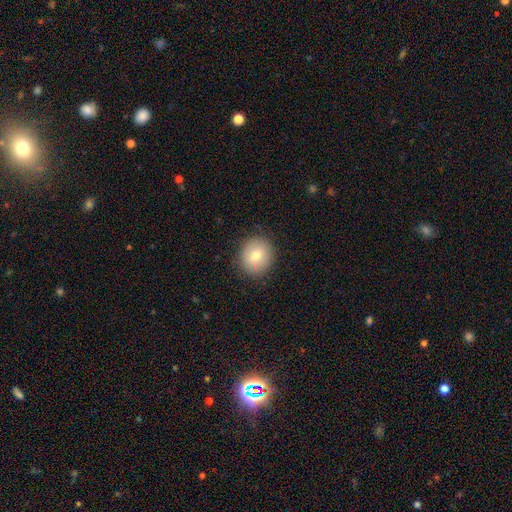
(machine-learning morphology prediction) smooth_or_featured: smooth (p=0.74) [alt: featured or disk p=0.16]
how_rounded: round (p=0.85) [alt: in between p=0.14]
merging: none (p=0.88) [alt: minor disturbance p=0.09]